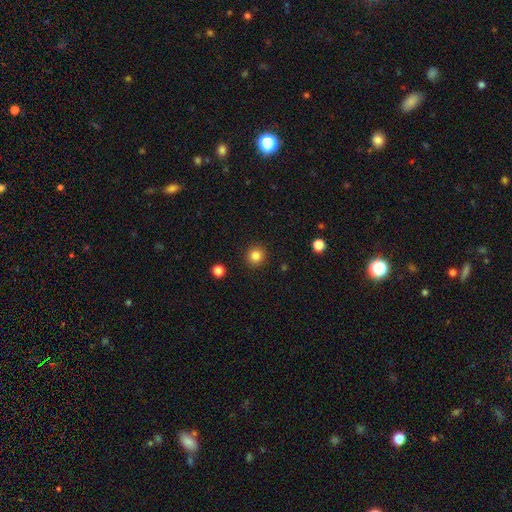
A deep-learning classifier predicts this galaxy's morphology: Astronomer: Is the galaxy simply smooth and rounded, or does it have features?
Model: smooth — 84%.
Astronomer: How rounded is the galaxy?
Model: round — 92%.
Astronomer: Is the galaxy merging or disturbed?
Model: none — 92%.